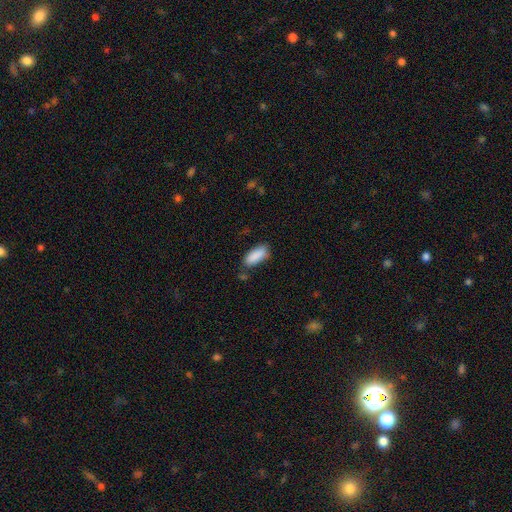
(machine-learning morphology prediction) The model was most divided on "merging": none: 77%, minor disturbance: 16%, merger: 4%, major disturbance: 3%. More confident: smooth or featured — smooth (89%); how rounded — in between (81%).